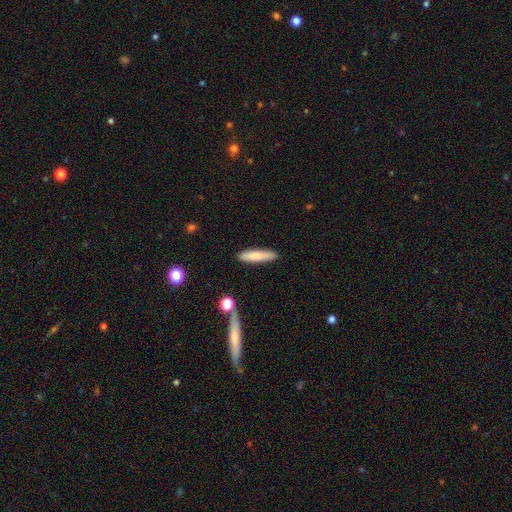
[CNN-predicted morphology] The model was most divided on "smooth or featured": smooth: 79%, featured or disk: 14%, star or artifact: 6%. More confident: merging — none (86%); how rounded — cigar-shaped (85%).